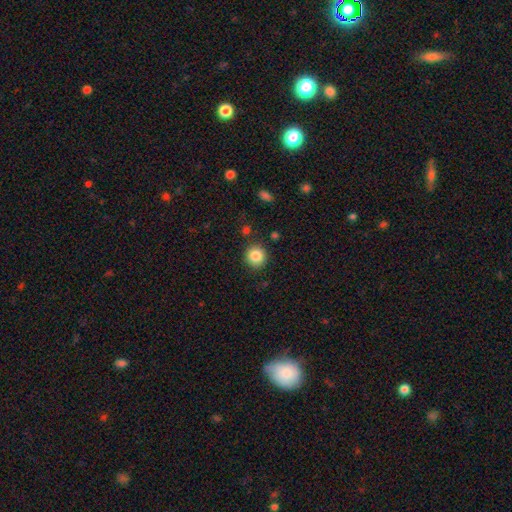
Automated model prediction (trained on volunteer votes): smooth 85%, star or artifact 10%, featured or disk 5%. Down the decision tree: how rounded — round (92%); merging — none (88%).